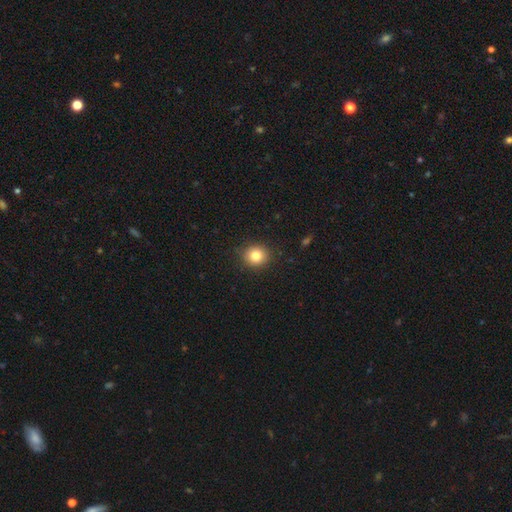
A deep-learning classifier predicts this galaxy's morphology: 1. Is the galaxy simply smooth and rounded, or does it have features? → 83% smooth, 11% star or artifact, 7% featured or disk.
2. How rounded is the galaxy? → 86% round, 13% in between, 1% cigar-shaped.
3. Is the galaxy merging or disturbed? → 90% none, 7% minor disturbance, 2% major disturbance, 1% merger.